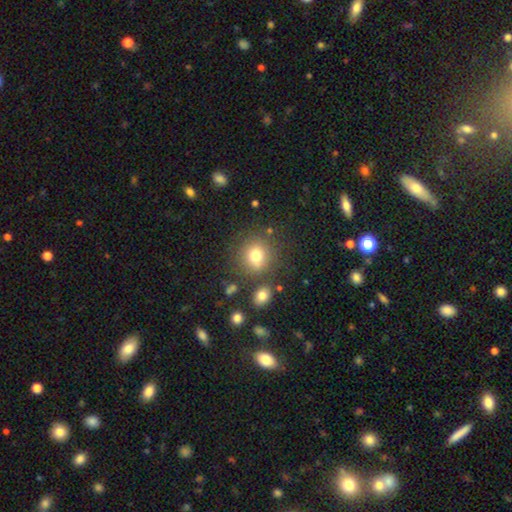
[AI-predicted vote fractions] A smooth galaxy with no disk features (76%) that is round (82%). Merging: none (75%).